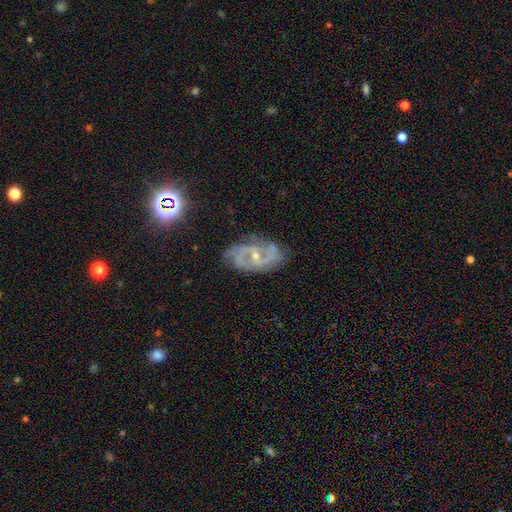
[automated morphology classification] Smooth or featured? Predicted: featured or disk (p=0.86). Edge-on disk? Predicted: no (p=0.97). Bar? Predicted: weak (p=0.47). Spiral arms? Predicted: yes (p=0.97). Spiral winding? Predicted: medium (p=0.52). Spiral arm count? Predicted: 2 (p=0.66). Bulge size? Predicted: small (p=0.68). Merging? Predicted: none (p=0.72).